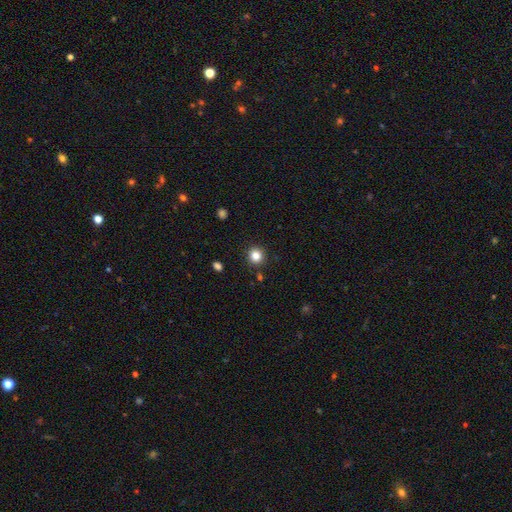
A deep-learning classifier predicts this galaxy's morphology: Smooth or featured? Predicted: smooth (p=0.83). How rounded? Predicted: round (p=0.92). Merging? Predicted: none (p=0.90).